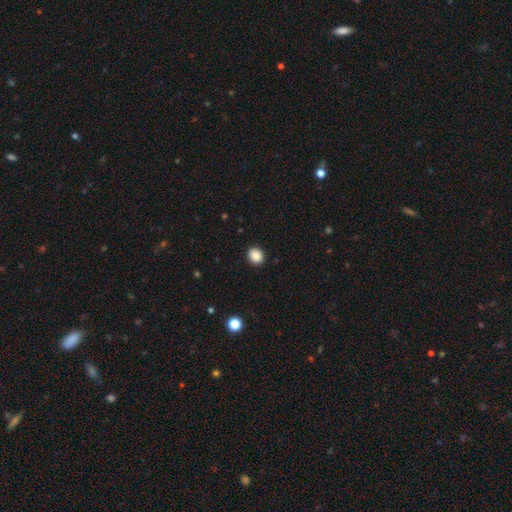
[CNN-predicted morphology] Smooth or featured? smooth (88%)
How rounded? round (67%)
Merging? none (91%)